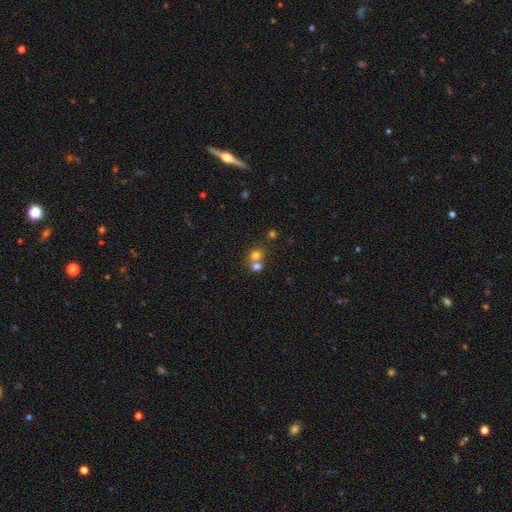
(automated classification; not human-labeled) A smooth galaxy with no disk features (73%) that is round (70%). Merging: merger (55%).